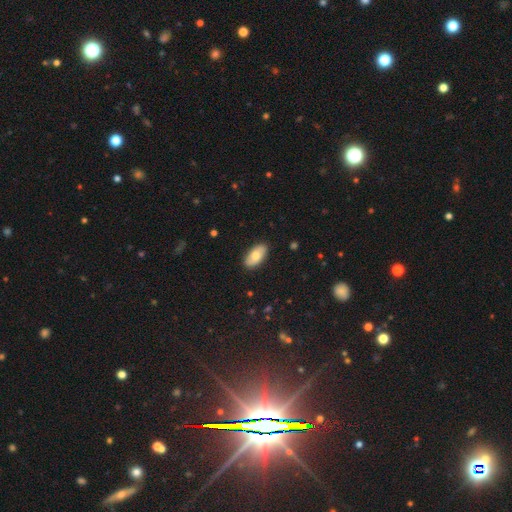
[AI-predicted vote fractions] smooth_or_featured: smooth (p=0.75) [alt: featured or disk p=0.19]
how_rounded: in between (p=0.93) [alt: cigar-shaped p=0.05]
merging: none (p=0.88) [alt: minor disturbance p=0.10]